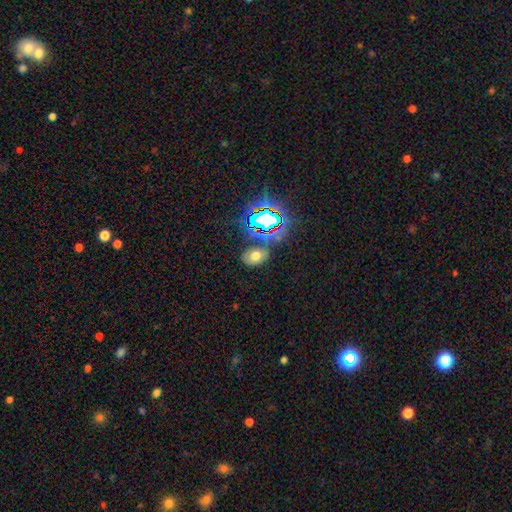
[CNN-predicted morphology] This appears to be a smooth galaxy with no disk features (57%) that is in between round and cigar-shaped (81%). Merging: none (71%).